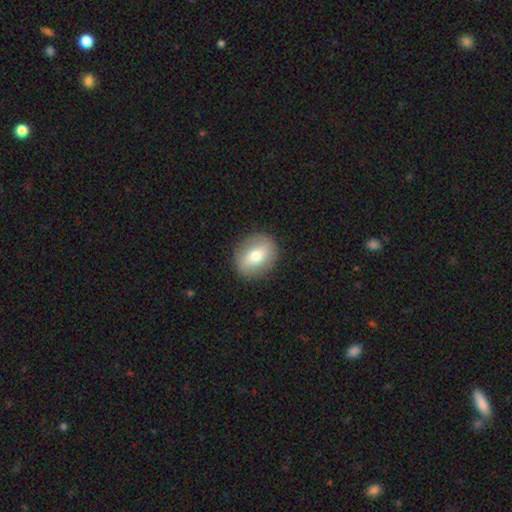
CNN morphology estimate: Smooth or featured: smooth — 64% (featured or disk — 28%)
How rounded: round — 58% (in between — 41%)
Merging: none — 87% (minor disturbance — 9%)